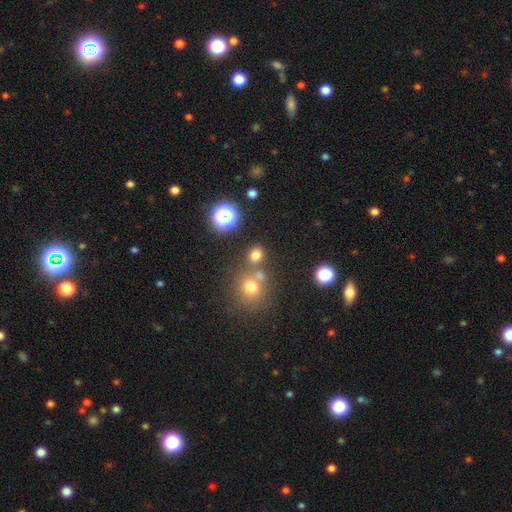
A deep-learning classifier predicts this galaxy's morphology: Smooth or featured? smooth (67%)
How rounded? round (76%)
Merging? none (64%)